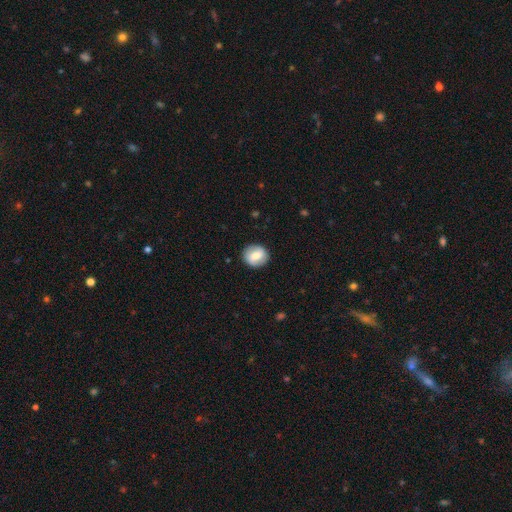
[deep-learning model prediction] smooth 67%, featured or disk 25%, star or artifact 7%. Down the decision tree: how rounded — round (86%); merging — none (89%).